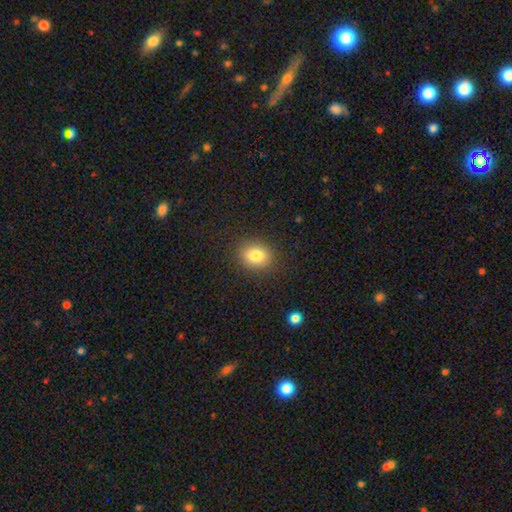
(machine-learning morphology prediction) type=smooth (81%); roundness=round (51%); merging=none (87%).